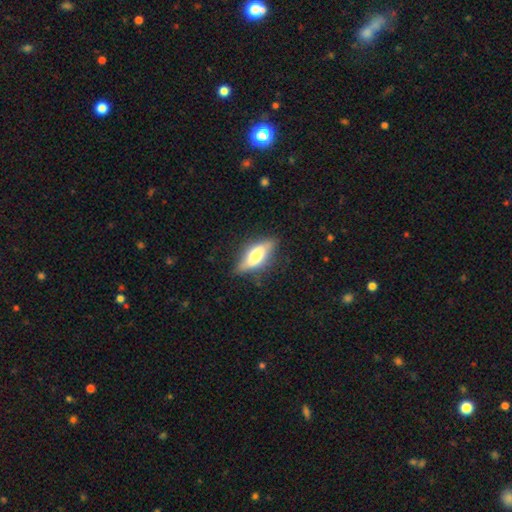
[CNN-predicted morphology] Smooth or featured?
  - smooth: 51% *
  - featured or disk: 42%
  - star or artifact: 7%
How rounded?
  - in between: 64% *
  - cigar-shaped: 33%
  - round: 3%
Merging?
  - none: 73% *
  - minor disturbance: 20%
  - major disturbance: 5%
  - merger: 2%